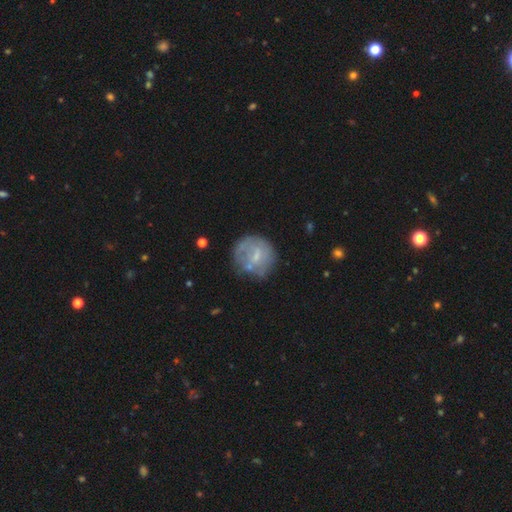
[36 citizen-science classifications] Q: Smooth or featured?
A: featured or disk (50%); runner-up: smooth (47%)
Q: Edge-on disk?
A: no (83%); runner-up: yes (17%)
Q: Bar?
A: no (80%); runner-up: weak (20%)
Q: Spiral arms?
A: no (93%); runner-up: yes (7%)
Q: Bulge size?
A: small (67%); runner-up: large (13%)
Q: Merging?
A: none (71%); runner-up: minor disturbance (23%)